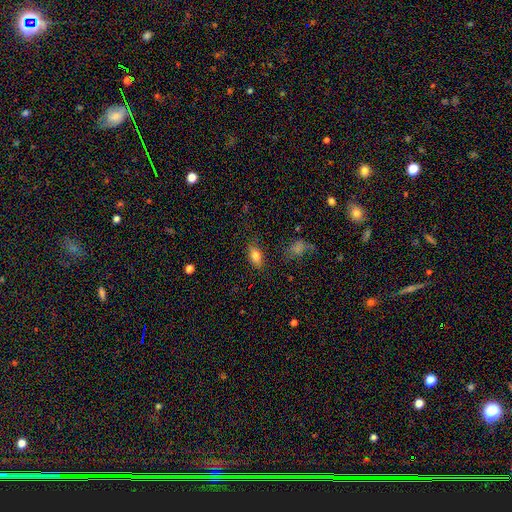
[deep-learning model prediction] Q: Smooth or featured?
A: smooth (79%); runner-up: featured or disk (11%)
Q: How rounded?
A: in between (87%); runner-up: cigar-shaped (7%)
Q: Merging?
A: none (81%); runner-up: minor disturbance (13%)